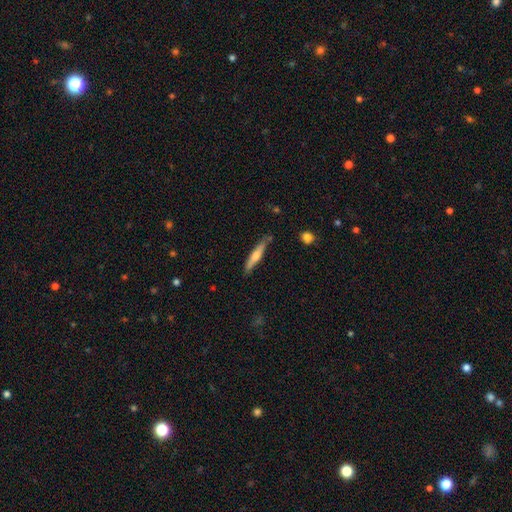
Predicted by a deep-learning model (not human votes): Smooth or featured: featured or disk — 50% (smooth — 44%)
Edge-on disk: yes — 94% (no — 6%)
Merging: none — 83% (minor disturbance — 12%)